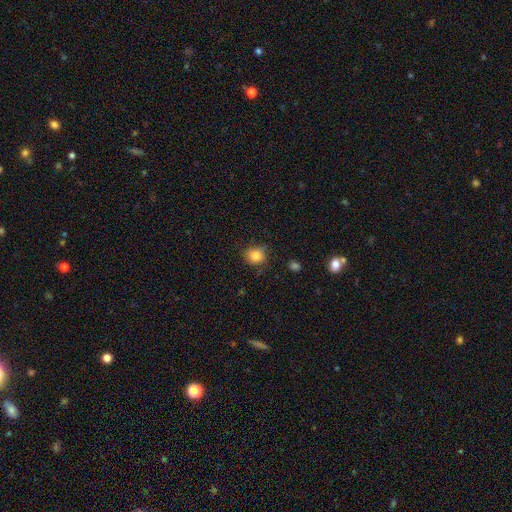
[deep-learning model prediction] Smooth or featured: smooth — 83% (star or artifact — 10%)
How rounded: round — 82% (in between — 17%)
Merging: none — 72% (minor disturbance — 21%)